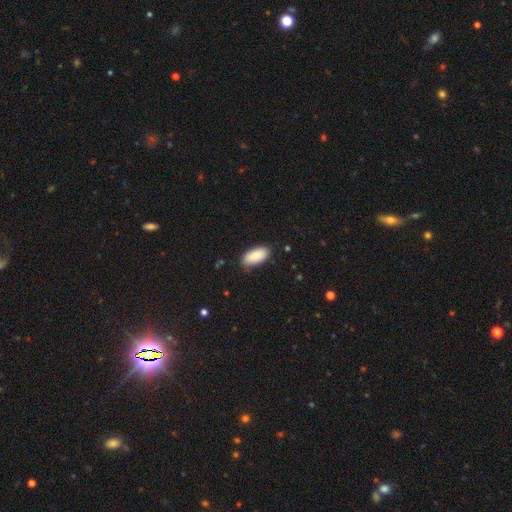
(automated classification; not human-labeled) smooth-or-featured: smooth: 88% | star or artifact: 6% | featured or disk: 6%
  how-rounded: in between: 93% | cigar-shaped: 5% | round: 2%
  merging: none: 79% | minor disturbance: 17% | major disturbance: 3% | merger: 1%